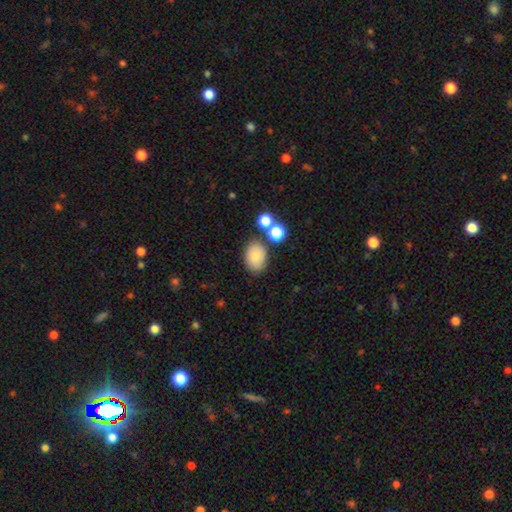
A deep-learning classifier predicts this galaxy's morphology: A smooth galaxy with no disk features (76%) that is in between round and cigar-shaped (77%). Merging: none (73%).